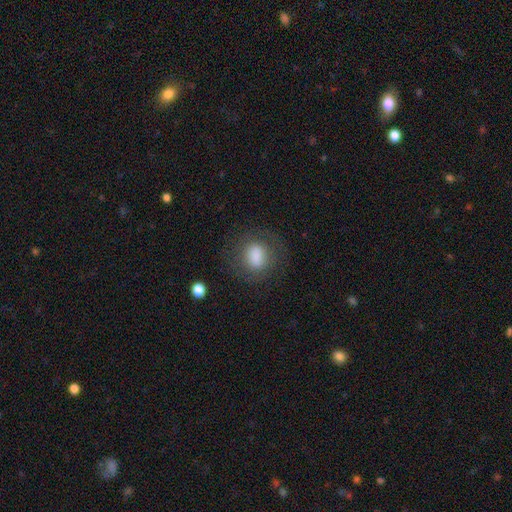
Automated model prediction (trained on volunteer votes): Overall: smooth (76%). How rounded: round (53%; in between 46%). Merging: none (74%).